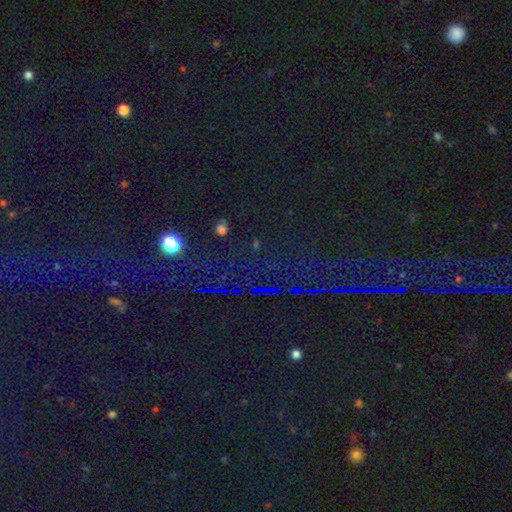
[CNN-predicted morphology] A star or artifact, not a galaxy (85%).

Vote fractions:
- Smooth or featured? star or artifact: 85% / smooth: 9% / featured or disk: 7%